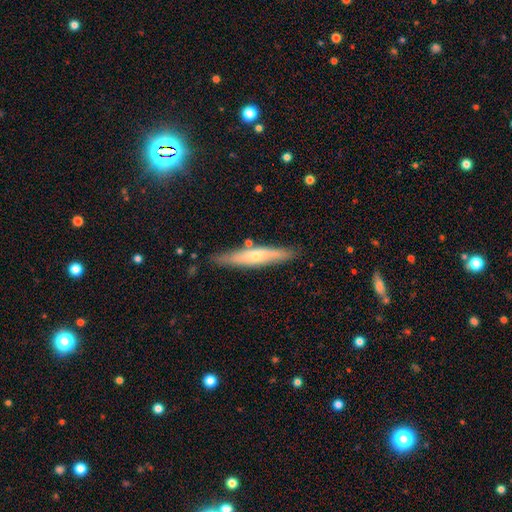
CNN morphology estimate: smooth-or-featured: smooth: 48% | featured or disk: 46% | star or artifact: 6%
  merging: none: 84% | minor disturbance: 11% | merger: 3% | major disturbance: 2%